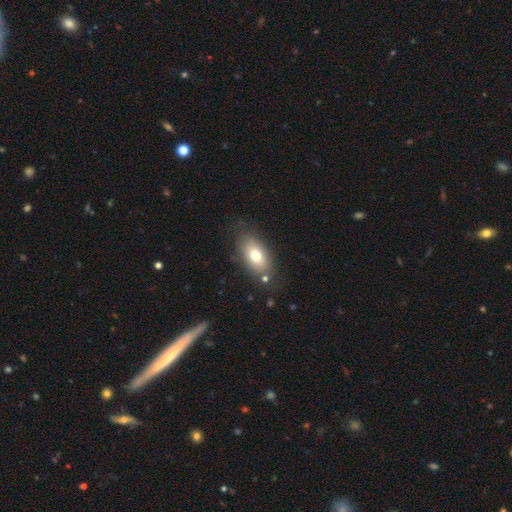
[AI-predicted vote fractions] Morphology: type=smooth (74%); roundness=in between (89%); merging=none (77%).